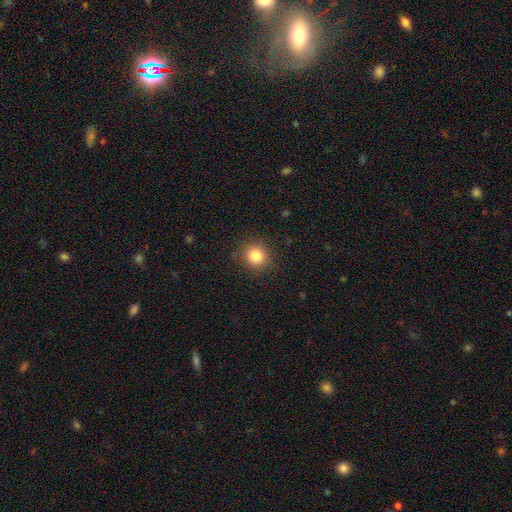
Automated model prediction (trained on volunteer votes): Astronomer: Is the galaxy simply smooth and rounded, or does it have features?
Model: smooth — 84%.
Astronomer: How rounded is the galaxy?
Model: round — 87%.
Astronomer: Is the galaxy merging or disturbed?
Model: none — 89%.